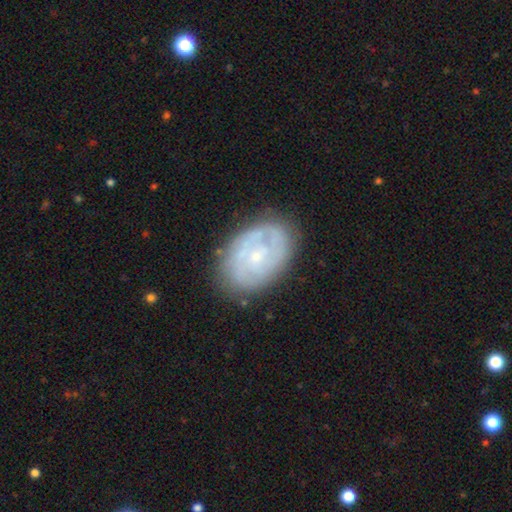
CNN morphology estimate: This appears to be a featured or disk galaxy (71%) with no bar (72%), tight (62%) spiral arms (76%) and a small central bulge (73%). Merging: none (75%).